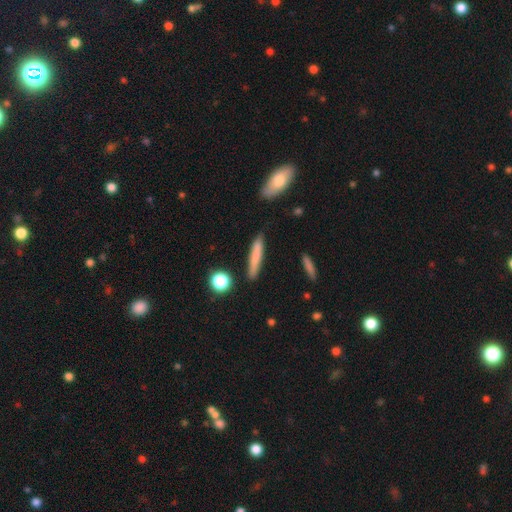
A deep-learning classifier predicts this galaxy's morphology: The model was most divided on "smooth or featured": smooth: 74%, featured or disk: 19%, star or artifact: 7%. More confident: how rounded — cigar-shaped (92%); merging — none (86%).